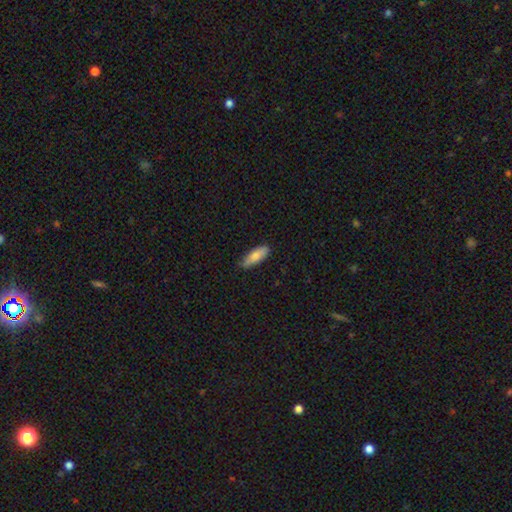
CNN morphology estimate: The model was most divided on "how rounded": in between: 59%, cigar-shaped: 39%, round: 2%. More confident: smooth or featured — smooth (80%); merging — none (80%).